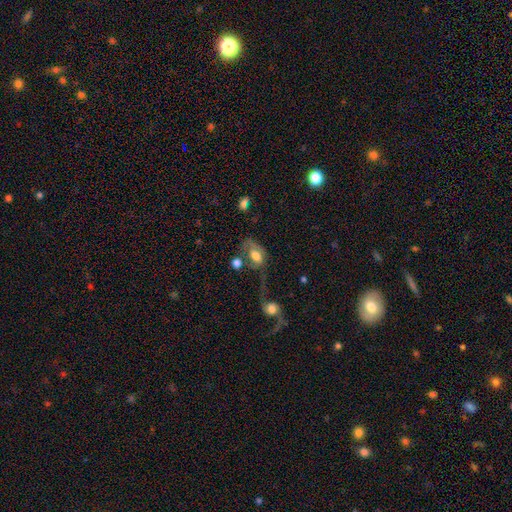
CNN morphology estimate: Smooth or featured: smooth — 54% (featured or disk — 38%)
How rounded: in between — 85% (round — 13%)
Merging: major disturbance — 31% (merger — 28%)